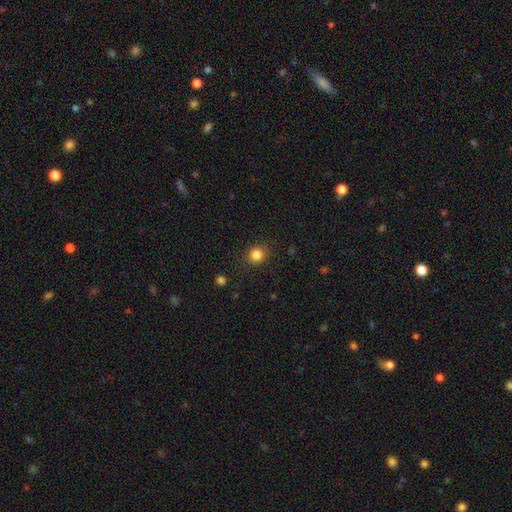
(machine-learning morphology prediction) Smooth or featured? Predicted: smooth (p=0.84). How rounded? Predicted: round (p=0.82). Merging? Predicted: none (p=0.87).